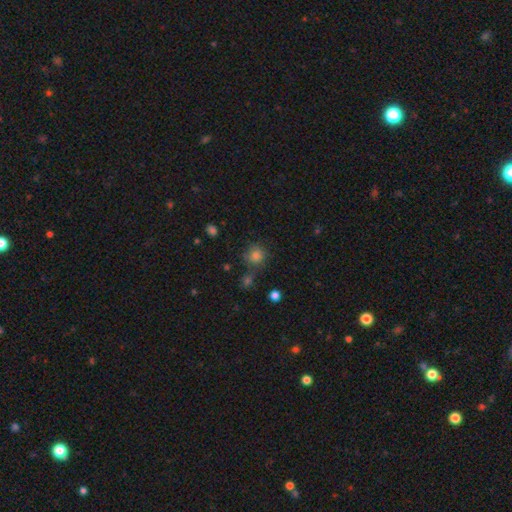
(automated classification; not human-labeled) Smooth or featured: smooth — 77% (star or artifact — 16%)
How rounded: round — 88% (in between — 11%)
Merging: none — 69% (minor disturbance — 15%)